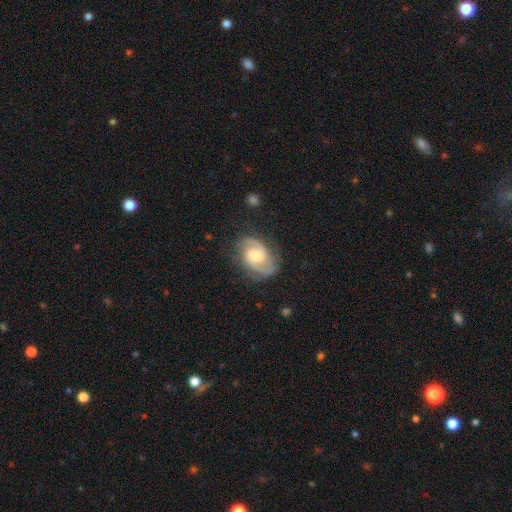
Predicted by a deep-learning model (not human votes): Smooth or featured: featured or disk — 87% (smooth — 8%)
Edge-on disk: no — 98% (yes — 2%)
Bar: weak — 52% (no — 37%)
Spiral arms: yes — 97% (no — 3%)
Spiral winding: medium — 54% (tight — 31%)
Spiral arm count: 2 — 89% (can't tell — 4%)
Bulge size: moderate — 60% (small — 22%)
Merging: none — 77% (minor disturbance — 16%)